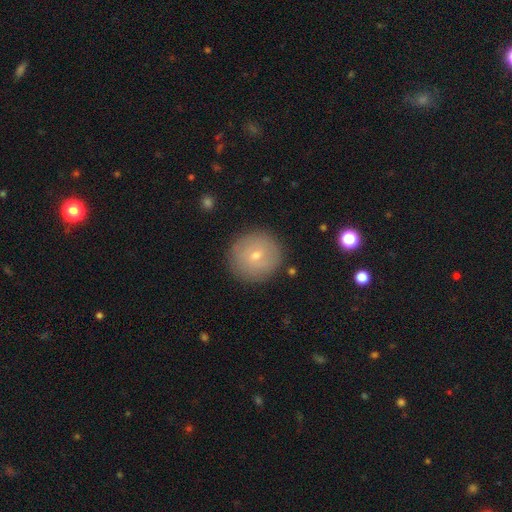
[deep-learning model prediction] A smooth galaxy with no disk features (60%) that is round (94%). Merging: none (88%).